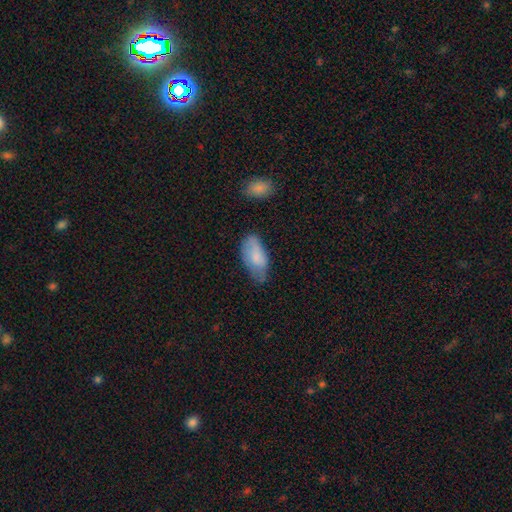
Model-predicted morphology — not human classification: Smooth or featured? Predicted: smooth (p=0.78). How rounded? Predicted: in between (p=0.92). Merging? Predicted: none (p=0.52).